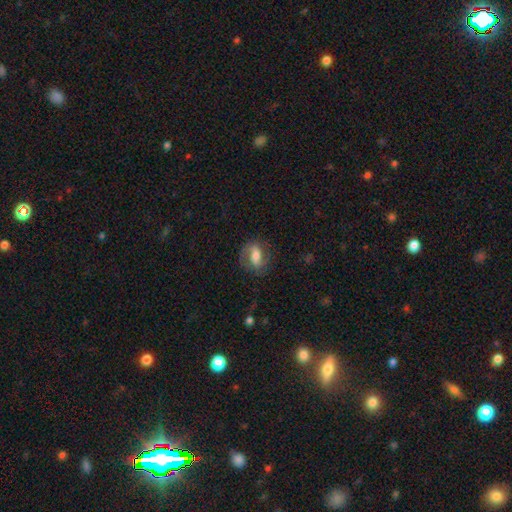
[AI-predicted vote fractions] Smooth or featured? Predicted: featured or disk (p=0.55). Edge-on disk? Predicted: no (p=0.94). Bar? Predicted: strong (p=0.39). Spiral arms? Predicted: yes (p=0.82). Bulge size? Predicted: moderate (p=0.51). Merging? Predicted: none (p=0.72).